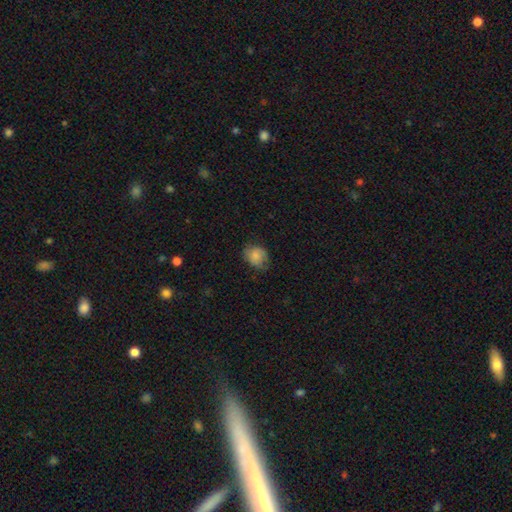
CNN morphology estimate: Smooth or featured? smooth (83%)
How rounded? round (62%)
Merging? none (65%)